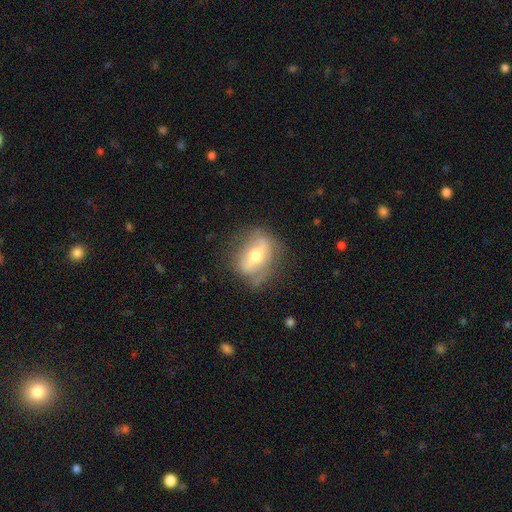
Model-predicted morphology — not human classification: Smooth or featured? Predicted: featured or disk (p=0.58). Edge-on disk? Predicted: no (p=0.82). Merging? Predicted: none (p=0.64).